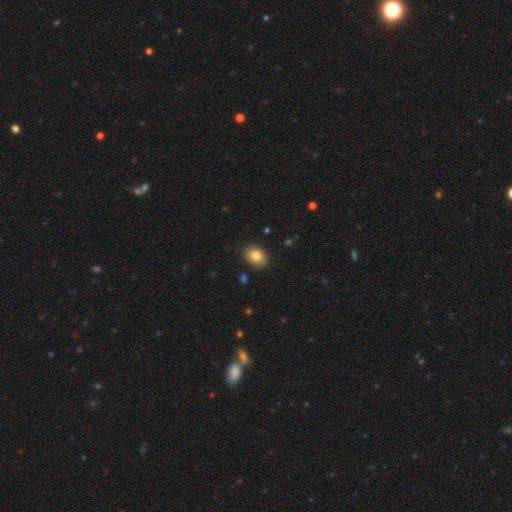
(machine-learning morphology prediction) Smooth or featured? Predicted: smooth (p=0.84). How rounded? Predicted: in between (p=0.76). Merging? Predicted: none (p=0.85).